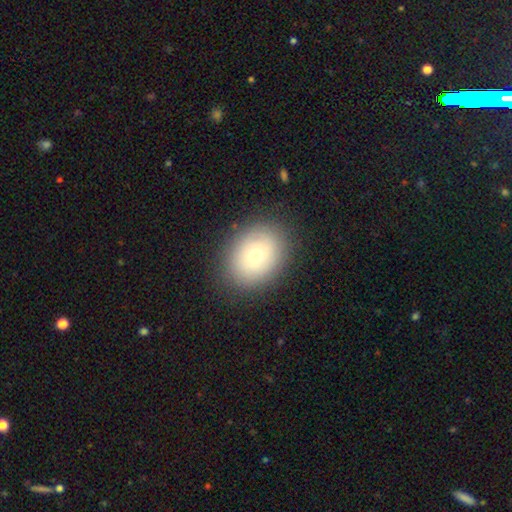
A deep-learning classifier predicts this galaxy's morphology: Smooth or featured: smooth — 69% (featured or disk — 20%)
How rounded: in between — 55% (round — 44%)
Merging: none — 85% (minor disturbance — 10%)